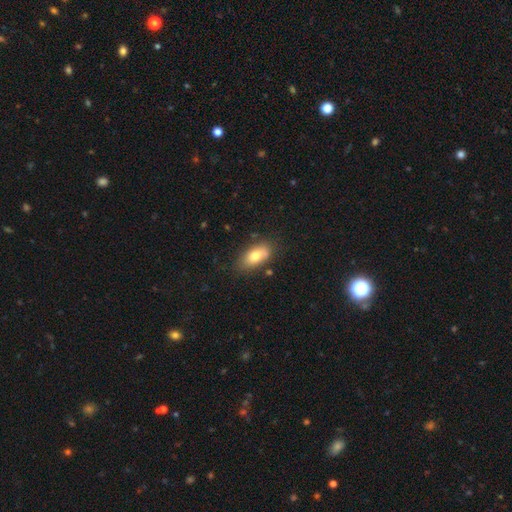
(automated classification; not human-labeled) Overall: smooth (75%). How rounded: in between (89%). Merging: none (74%).